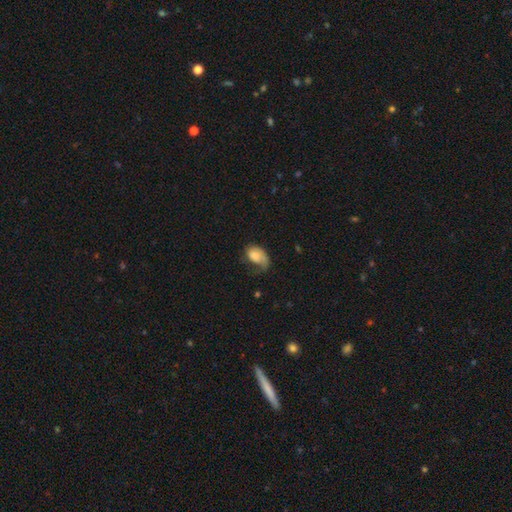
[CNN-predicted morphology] The model was most divided on "merging": major disturbance: 41%, none: 28%, minor disturbance: 27%, merger: 3%. More confident: how rounded — in between (88%); smooth or featured — smooth (65%).